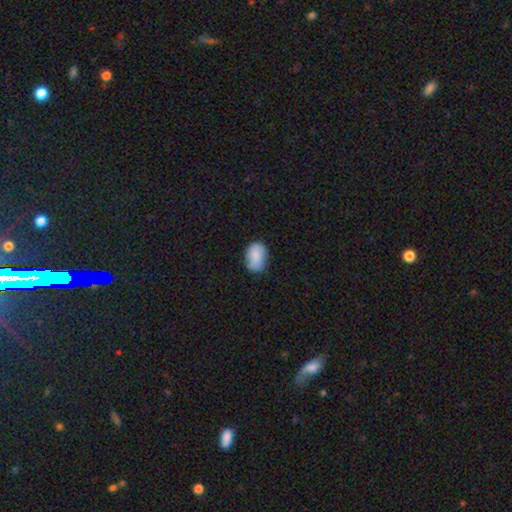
Q: Smooth or featured?
A: smooth (79%); runner-up: featured or disk (13%)
Q: How rounded?
A: in between (87%); runner-up: round (10%)
Q: Merging?
A: none (83%); runner-up: minor disturbance (11%)